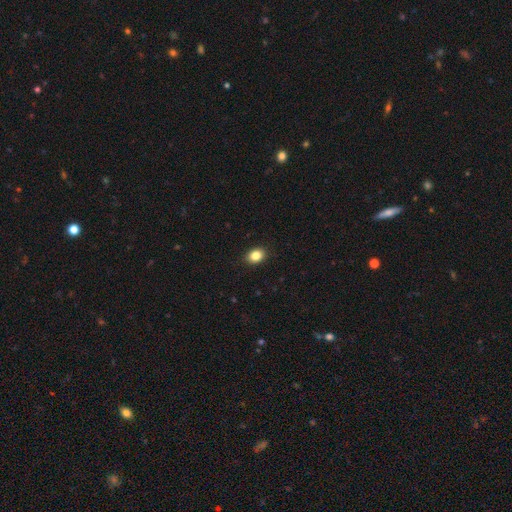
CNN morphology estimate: A smooth galaxy with no disk features (85%) that is in between round and cigar-shaped (66%).

Vote fractions:
- Smooth or featured? smooth: 85% / star or artifact: 10% / featured or disk: 6%
- How rounded? in between: 66% / round: 32% / cigar-shaped: 1%
- Merging? none: 90% / minor disturbance: 7% / major disturbance: 2% / merger: 1%